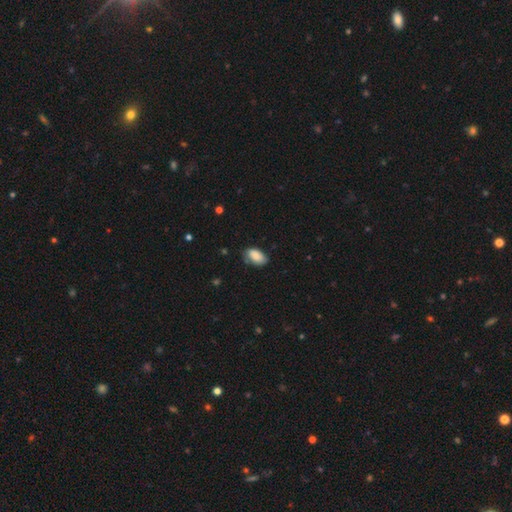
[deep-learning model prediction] The model was most divided on "merging": none: 70%, minor disturbance: 24%, major disturbance: 4%, merger: 2%. More confident: how rounded — in between (94%); smooth or featured — smooth (85%).